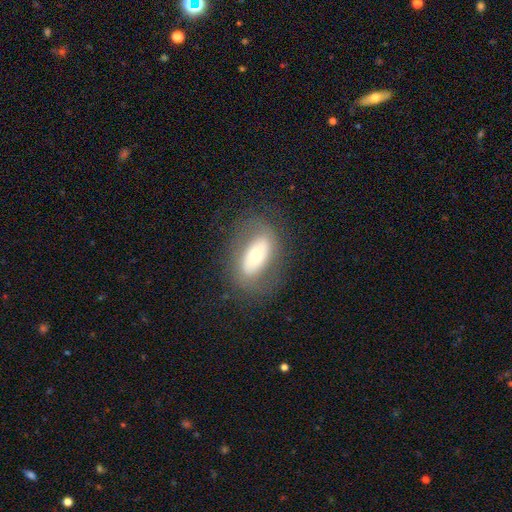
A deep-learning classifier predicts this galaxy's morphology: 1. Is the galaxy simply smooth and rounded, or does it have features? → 46% smooth, 45% featured or disk, 9% star or artifact.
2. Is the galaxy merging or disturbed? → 75% none, 14% minor disturbance, 10% major disturbance, 1% merger.